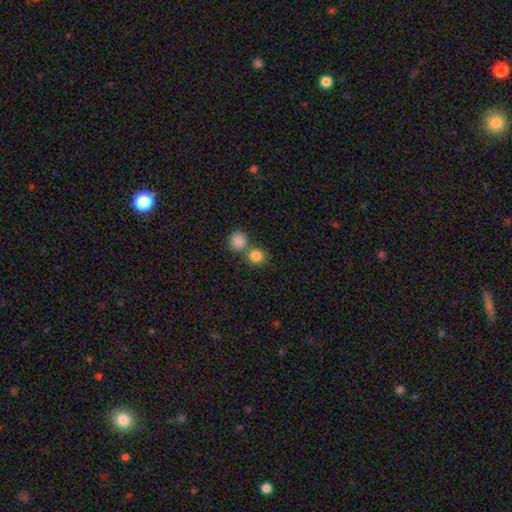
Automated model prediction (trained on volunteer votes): smooth-or-featured: smooth: 86% | star or artifact: 9% | featured or disk: 5%
  how-rounded: round: 85% | in between: 14% | cigar-shaped: 1%
  merging: none: 57% | merger: 34% | minor disturbance: 7% | major disturbance: 3%